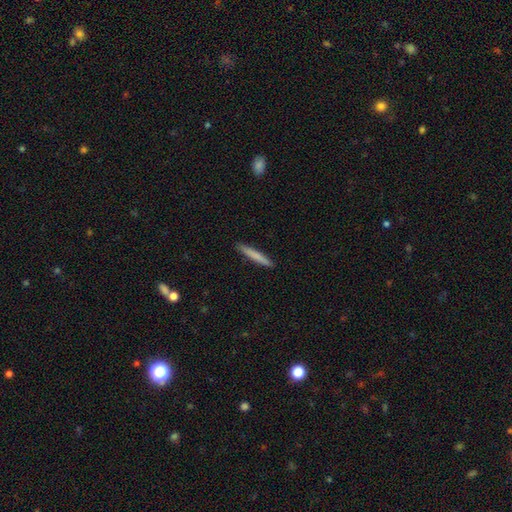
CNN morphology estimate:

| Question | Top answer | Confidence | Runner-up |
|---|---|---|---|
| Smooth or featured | smooth | 74% | featured or disk (20%) |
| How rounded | cigar-shaped | 96% | in between (3%) |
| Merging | none | 91% | minor disturbance (6%) |